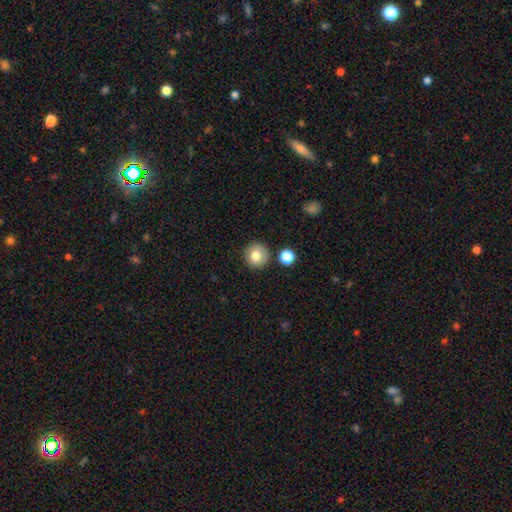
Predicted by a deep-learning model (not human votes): This appears to be a smooth galaxy with no disk features (78%) that is round (92%). Merging: none (85%).